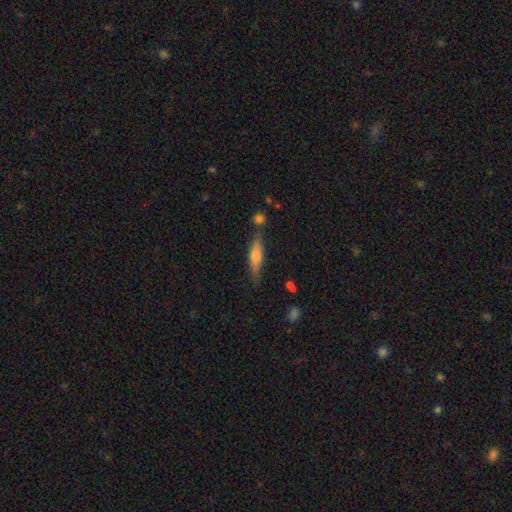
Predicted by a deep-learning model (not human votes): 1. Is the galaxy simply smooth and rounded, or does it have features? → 47% smooth, 46% featured or disk, 7% star or artifact.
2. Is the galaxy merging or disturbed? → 77% none, 15% minor disturbance, 5% merger, 3% major disturbance.